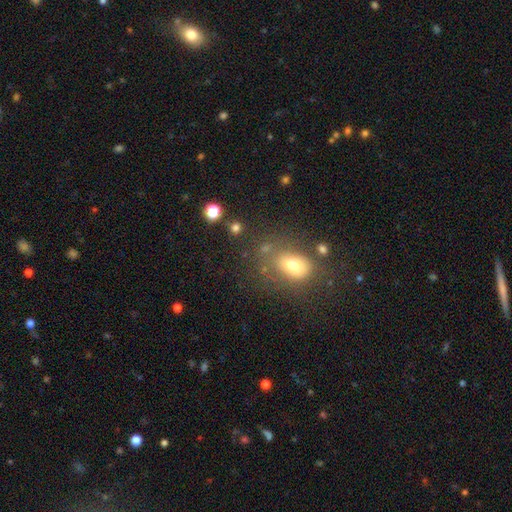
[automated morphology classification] Smooth or featured: smooth — 59% (star or artifact — 25%)
How rounded: in between — 68% (round — 30%)
Merging: none — 64% (minor disturbance — 18%)